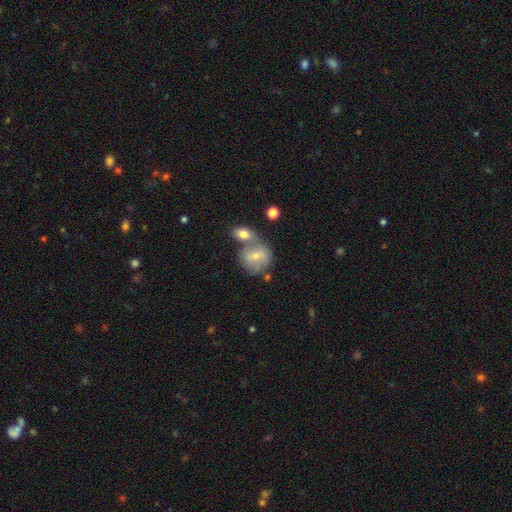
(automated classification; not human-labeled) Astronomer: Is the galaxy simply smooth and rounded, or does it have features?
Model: smooth — 63%.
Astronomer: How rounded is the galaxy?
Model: round — 76%.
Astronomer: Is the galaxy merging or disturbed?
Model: merger — 49% (runner-up: none, 34%).